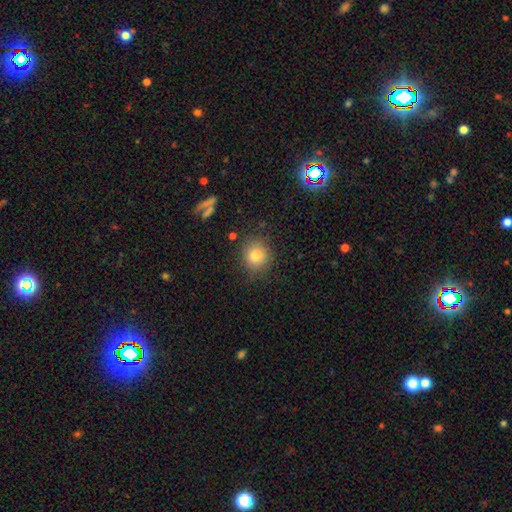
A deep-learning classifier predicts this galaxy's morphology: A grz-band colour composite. It shows a smooth galaxy with no disk features (79%) that is round (88%). Merging: none (84%).